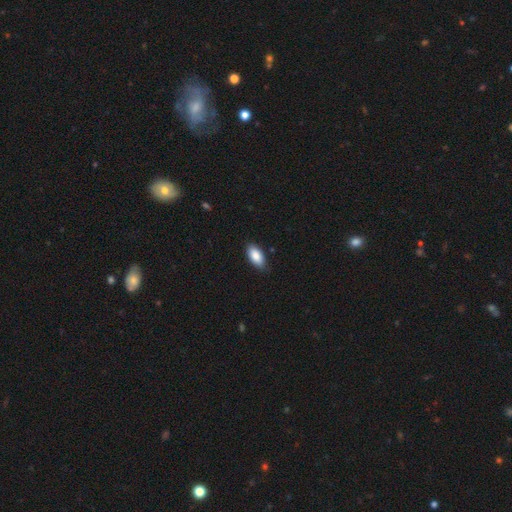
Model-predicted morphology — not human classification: type=smooth (88%); roundness=in between (93%); merging=none (85%).